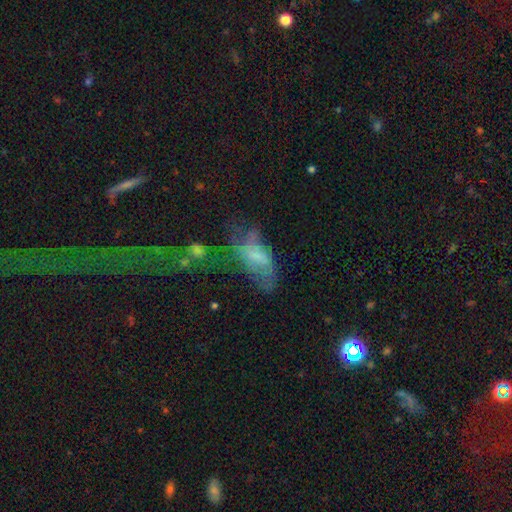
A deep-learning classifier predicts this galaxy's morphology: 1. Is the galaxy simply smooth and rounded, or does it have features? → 45% smooth, 42% featured or disk, 13% star or artifact.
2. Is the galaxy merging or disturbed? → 37% major disturbance, 25% none, 21% minor disturbance, 17% merger.